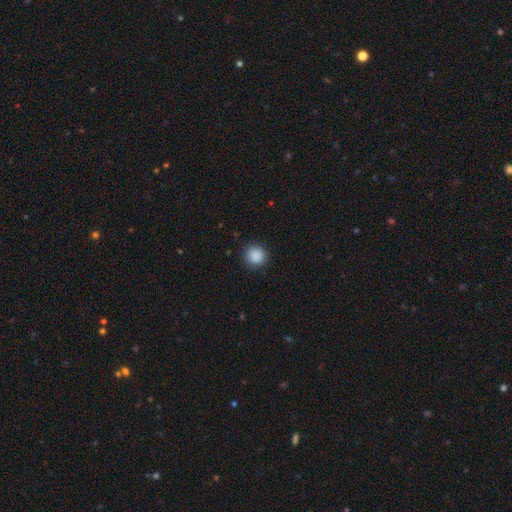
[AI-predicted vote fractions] This is clearly a smooth galaxy (89%). How rounded: clearly round (92%). Merging: clearly none (89%).